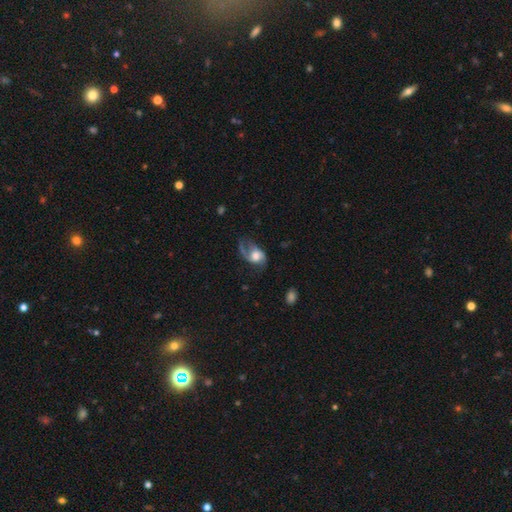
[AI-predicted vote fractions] This is likely a featured or disk galaxy (67%). It is clearly not viewed edge-on (96%). Bar: likely no (64%). Spiral arm pattern: clearly yes (87%). Spiral arm count: likely 2 (64%). Spiral winding: possibly loose (56%). Central bulge: possibly moderate (47%). Merging: marginally none (40%).